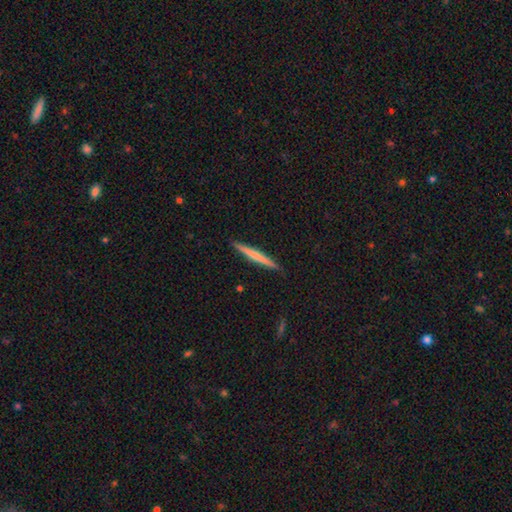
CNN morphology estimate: Q: Smooth or featured?
A: smooth (48%); runner-up: featured or disk (46%)
Q: Merging?
A: none (92%); runner-up: minor disturbance (6%)